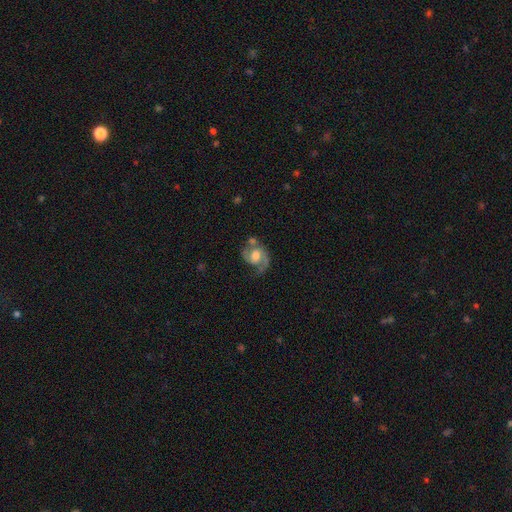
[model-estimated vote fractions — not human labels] Smooth or featured?
  - featured or disk: 80% *
  - smooth: 14%
  - star or artifact: 6%
Edge-on disk?
  - no: 98% *
  - yes: 2%
Bar?
  - no: 58% *
  - weak: 35%
  - strong: 7%
Spiral arms?
  - yes: 94% *
  - no: 6%
Spiral winding?
  - medium: 51% *
  - loose: 25%
  - tight: 24%
Spiral arm count?
  - 2: 72% *
  - 1: 21%
  - can't tell: 4%
  - 3: 1%
  - 4: 1%
  - more than 4: 1%
Bulge size?
  - moderate: 48% *
  - large: 32%
  - small: 12%
  - none: 6%
  - dominant: 3%
Merging?
  - none: 51% *
  - minor disturbance: 21%
  - major disturbance: 18%
  - merger: 9%